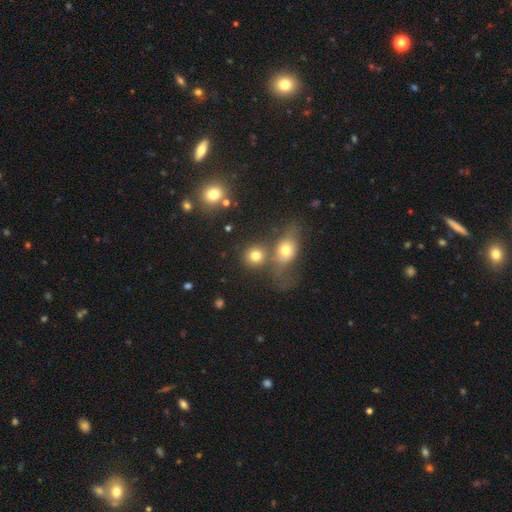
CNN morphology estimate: smooth_or_featured: smooth (p=0.77) [alt: star or artifact p=0.13]
how_rounded: round (p=0.83) [alt: in between p=0.16]
merging: none (p=0.54) [alt: merger p=0.30]